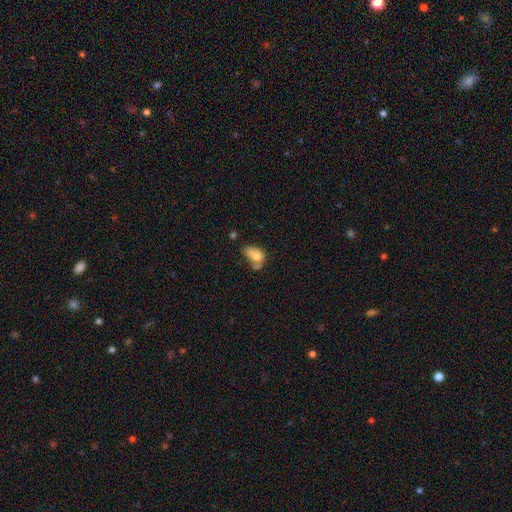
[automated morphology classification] A smooth galaxy with no disk features (74%) that is in between round and cigar-shaped (81%).

Vote fractions:
- Smooth or featured? smooth: 74% / featured or disk: 17% / star or artifact: 10%
- How rounded? in between: 81% / round: 17% / cigar-shaped: 2%
- Merging? merger: 33% / none: 26% / minor disturbance: 24% / major disturbance: 18%